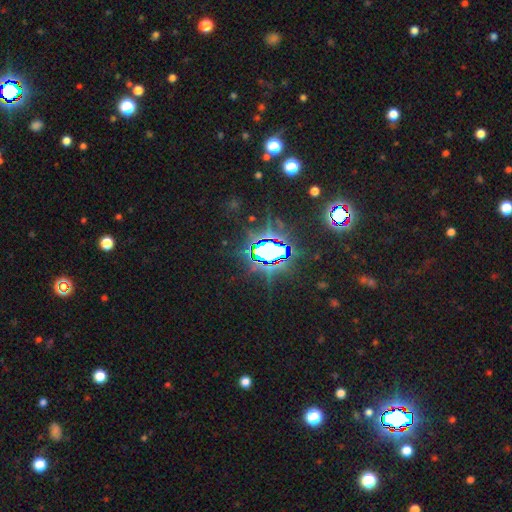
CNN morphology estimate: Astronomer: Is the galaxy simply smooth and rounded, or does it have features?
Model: star or artifact — 81%.